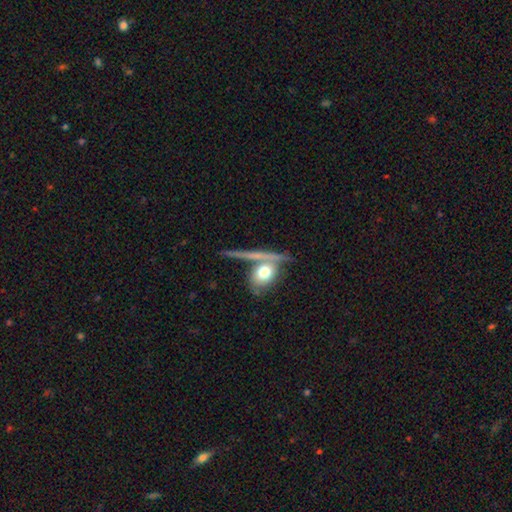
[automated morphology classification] smooth_or_featured: smooth (p=0.50) [alt: featured or disk p=0.39]
how_rounded: round (p=0.53) [alt: in between p=0.24]
merging: none (p=0.58) [alt: merger p=0.22]